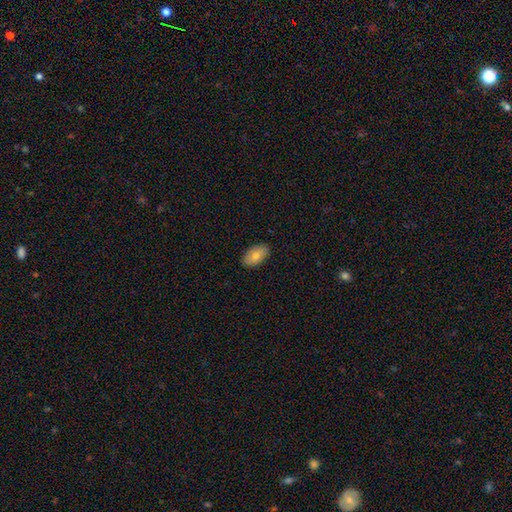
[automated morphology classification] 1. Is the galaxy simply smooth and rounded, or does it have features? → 77% smooth, 16% featured or disk, 6% star or artifact.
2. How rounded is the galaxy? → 94% in between, 4% round, 2% cigar-shaped.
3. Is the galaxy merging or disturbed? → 88% none, 9% minor disturbance, 2% major disturbance, 1% merger.